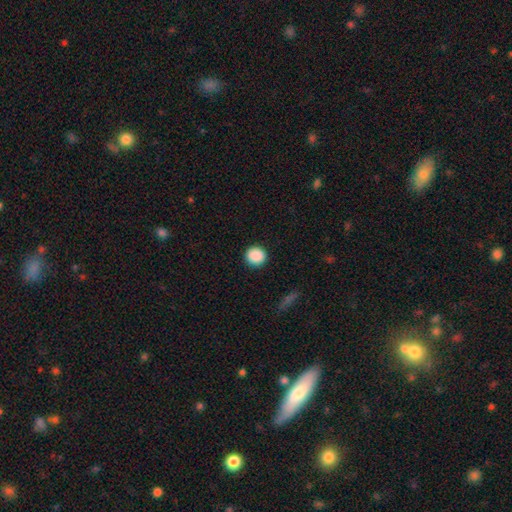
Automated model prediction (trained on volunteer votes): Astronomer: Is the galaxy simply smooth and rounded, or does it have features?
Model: smooth — 90%.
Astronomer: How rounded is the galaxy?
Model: round — 92%.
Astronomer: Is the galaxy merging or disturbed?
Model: none — 92%.